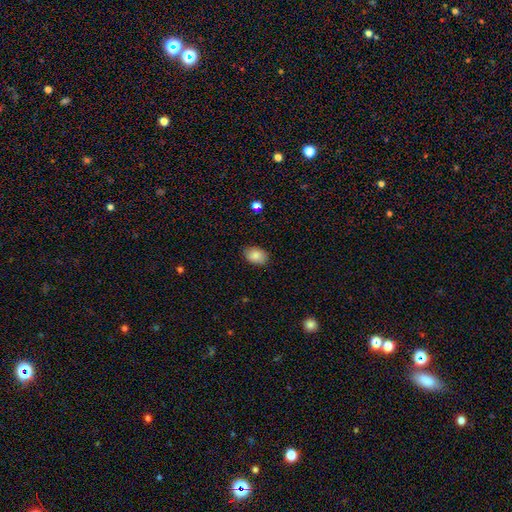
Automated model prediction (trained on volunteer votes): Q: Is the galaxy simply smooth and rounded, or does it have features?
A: smooth — 87%.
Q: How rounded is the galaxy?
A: in between — 83%.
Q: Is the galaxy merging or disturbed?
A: none — 86%.